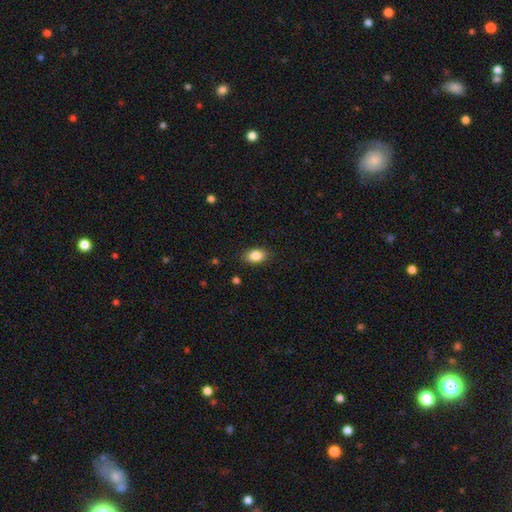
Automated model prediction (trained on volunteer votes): A smooth galaxy with no disk features (86%) that is in between round and cigar-shaped (86%).

Vote fractions:
- Smooth or featured? smooth: 86% / star or artifact: 8% / featured or disk: 6%
- How rounded? in between: 86% / round: 13% / cigar-shaped: 2%
- Merging? none: 87% / minor disturbance: 10% / major disturbance: 2% / merger: 1%